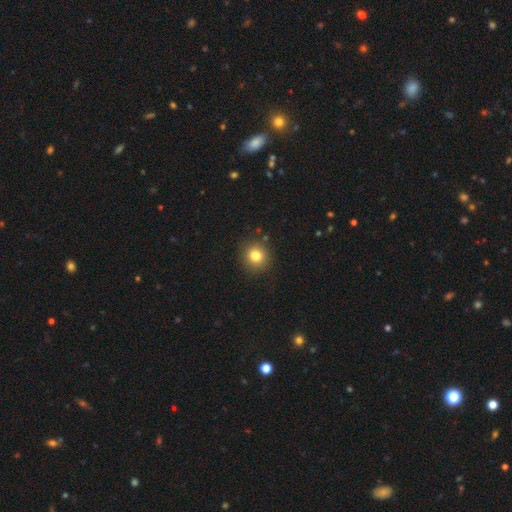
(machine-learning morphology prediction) type=smooth (80%); roundness=round (91%); merging=none (89%).